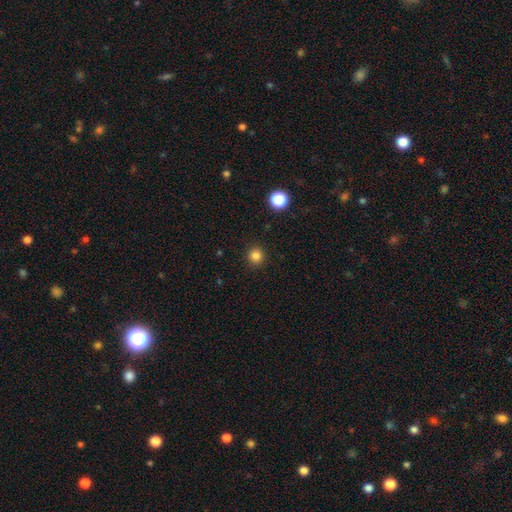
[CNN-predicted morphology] type=smooth (83%); roundness=round (94%); merging=none (91%).